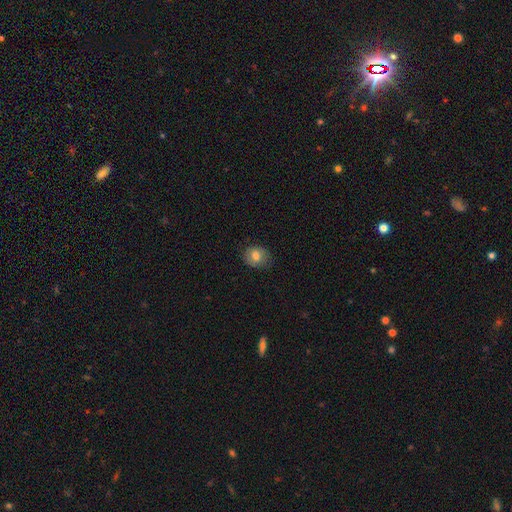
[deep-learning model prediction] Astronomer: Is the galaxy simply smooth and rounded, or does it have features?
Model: smooth — 75%.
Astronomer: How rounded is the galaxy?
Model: round — 57% (runner-up: in between, 42%).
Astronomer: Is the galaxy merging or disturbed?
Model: none — 80%.